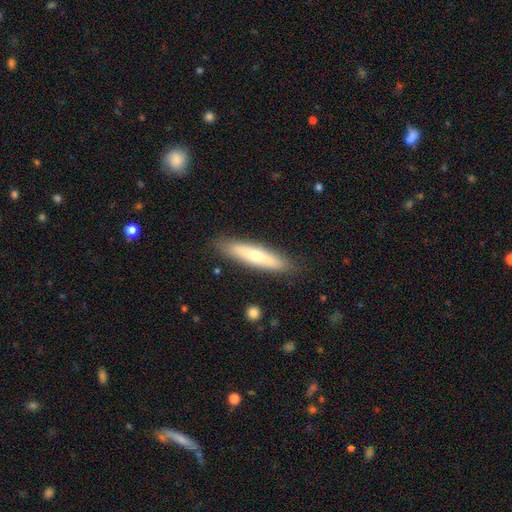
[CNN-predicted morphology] Smooth or featured? smooth (58%)
How rounded? cigar-shaped (79%)
Merging? none (87%)